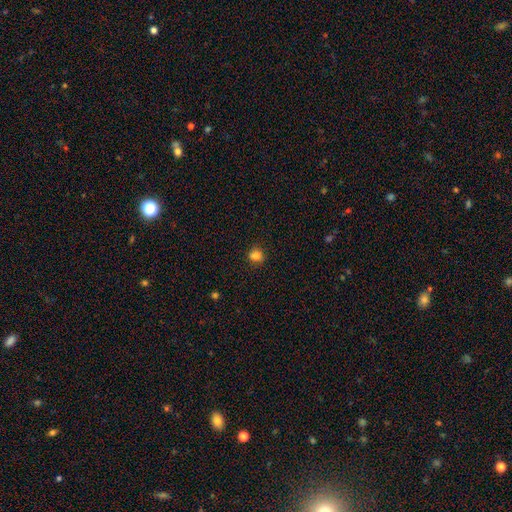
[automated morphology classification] smooth 81%, star or artifact 14%, featured or disk 5%. Down the decision tree: how rounded — round (62%); merging — none (74%).